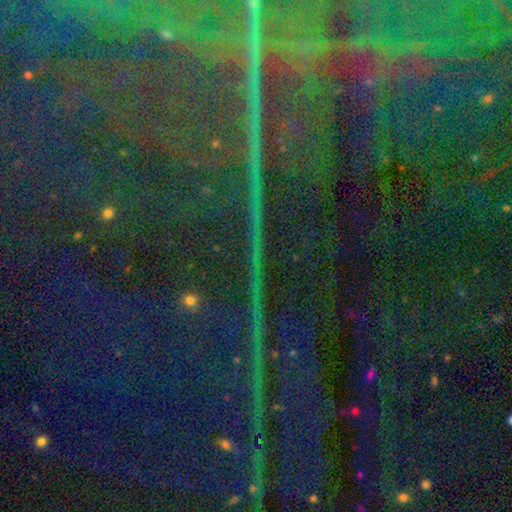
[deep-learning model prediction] Smooth or featured? star or artifact (84%)